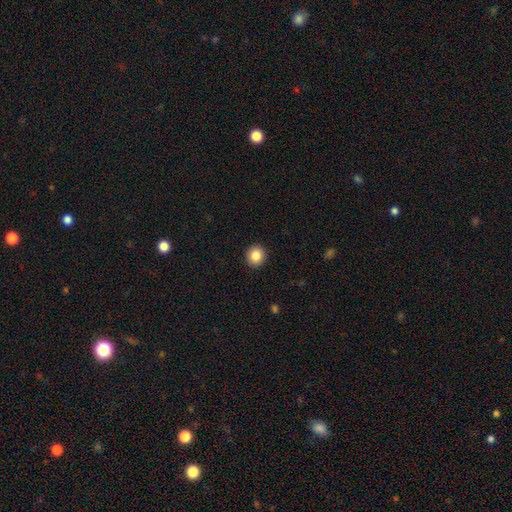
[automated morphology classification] This is clearly a smooth galaxy (85%). How rounded: clearly round (89%). Merging: clearly none (93%).